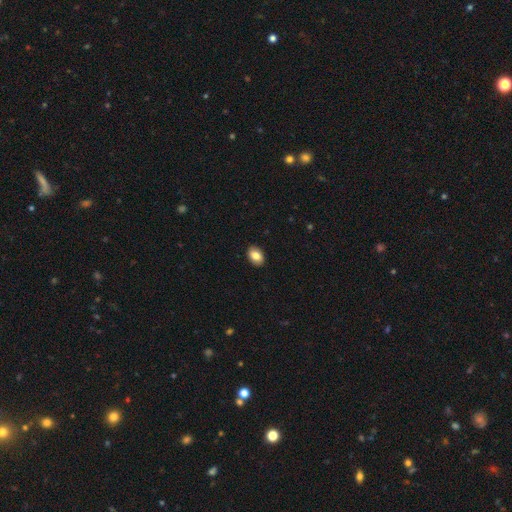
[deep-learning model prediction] smooth 83%, featured or disk 9%, star or artifact 8%. Down the decision tree: how rounded — in between (82%); merging — none (91%).